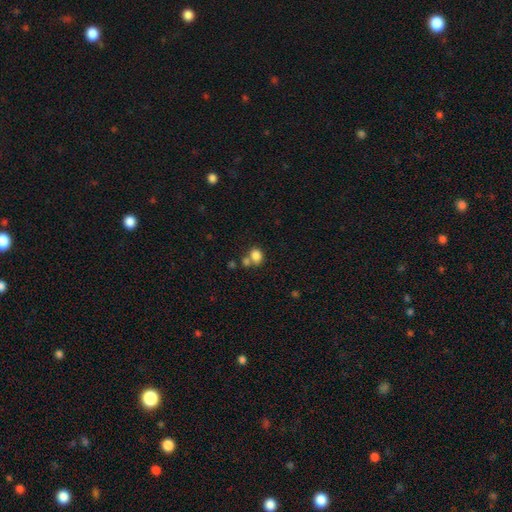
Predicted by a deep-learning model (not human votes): This is clearly a smooth galaxy (82%). How rounded: likely in between (60%). Merging: possibly none (47%).